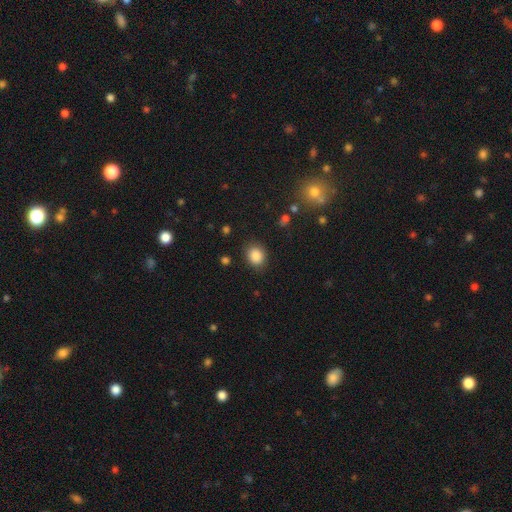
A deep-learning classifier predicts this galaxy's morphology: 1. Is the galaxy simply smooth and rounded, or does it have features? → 87% smooth, 10% star or artifact, 4% featured or disk.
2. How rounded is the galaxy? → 65% round, 34% in between, 1% cigar-shaped.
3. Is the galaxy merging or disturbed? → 85% none, 11% minor disturbance, 3% major disturbance, 2% merger.